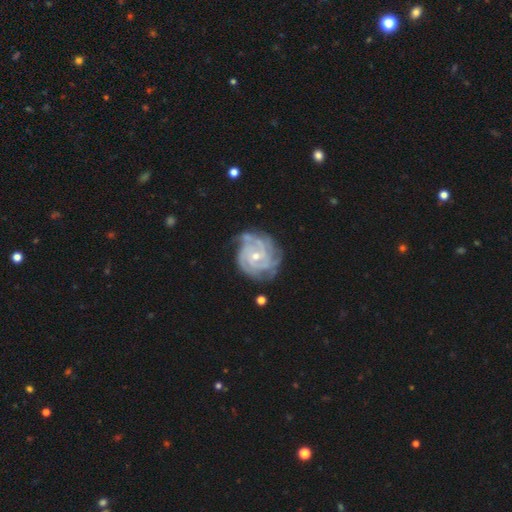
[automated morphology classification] A featured or disk galaxy (89%) with no bar (63%), 3 (31%) tight (70%) spiral arms (97%) and a small central bulge (55%).

Vote fractions:
- Smooth or featured? featured or disk: 89% / smooth: 6% / star or artifact: 5%
- Edge-on disk? no: 98% / yes: 2%
- Bar? no: 63% / weak: 30% / strong: 7%
- Spiral arms? yes: 97% / no: 3%
- Spiral winding? tight: 70% / medium: 26% / loose: 5%
- Spiral arm count? 3: 31% / 4: 22% / can't tell: 22% / 2: 15% / more than 4: 6% / 1: 5%
- Bulge size? small: 55% / moderate: 41% / large: 1% / none: 1% / dominant: 1%
- Merging? none: 64% / minor disturbance: 24% / major disturbance: 10% / merger: 3%